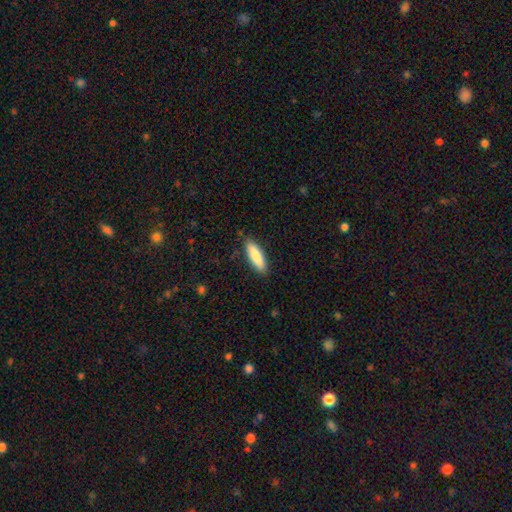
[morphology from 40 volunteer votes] Overall: smooth (85%). How rounded: cigar-shaped (53%; in between 44%). Merging: none (76%).